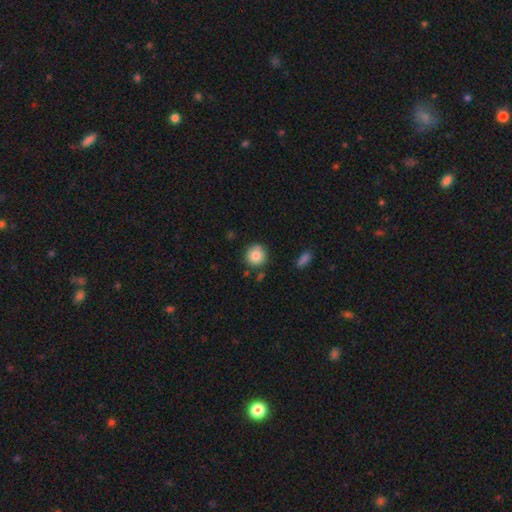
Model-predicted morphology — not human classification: smooth 84%, star or artifact 9%, featured or disk 7%. Down the decision tree: how rounded — round (92%); merging — none (82%).